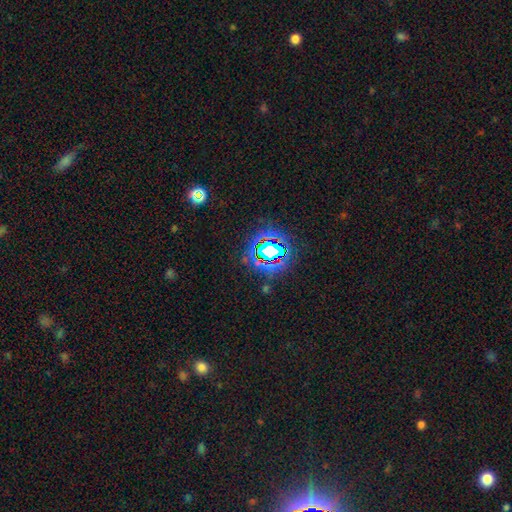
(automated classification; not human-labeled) A star or artifact, not a galaxy (77%).